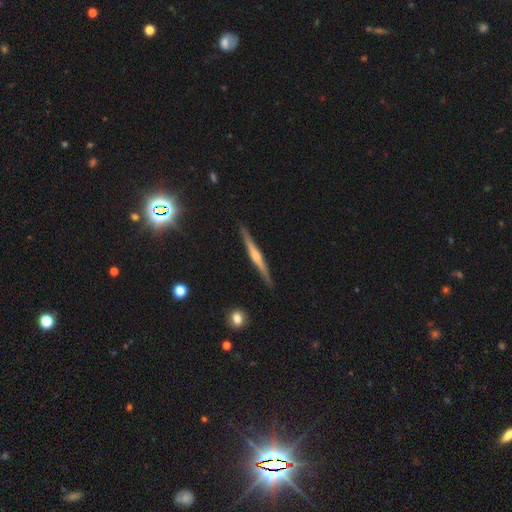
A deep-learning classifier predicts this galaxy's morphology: smooth_or_featured: featured or disk (p=0.74) [alt: smooth p=0.20]
disk_edge_on: yes (p=0.98) [alt: no p=0.02]
edge_on_bulge: rounded (p=0.79) [alt: none p=0.14]
merging: none (p=0.89) [alt: minor disturbance p=0.08]